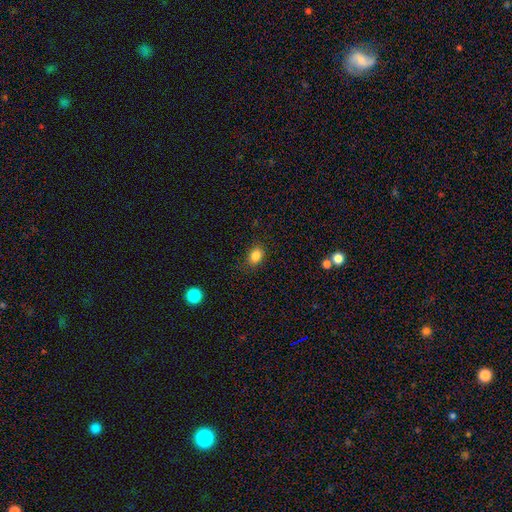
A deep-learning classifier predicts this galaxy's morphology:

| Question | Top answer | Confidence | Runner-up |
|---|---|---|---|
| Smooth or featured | smooth | 84% | star or artifact (10%) |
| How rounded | in between | 63% | round (36%) |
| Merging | none | 84% | minor disturbance (12%) |